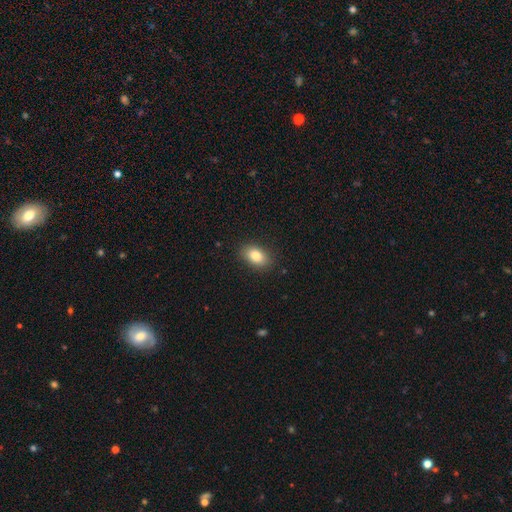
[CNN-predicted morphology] Q: Smooth or featured?
A: smooth (84%); runner-up: star or artifact (8%)
Q: How rounded?
A: in between (86%); runner-up: round (12%)
Q: Merging?
A: none (87%); runner-up: minor disturbance (10%)